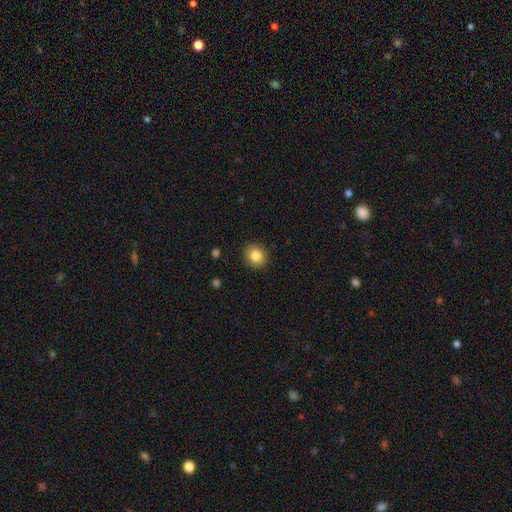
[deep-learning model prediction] A smooth galaxy with no disk features (84%) that is round (73%). Merging: none (90%).